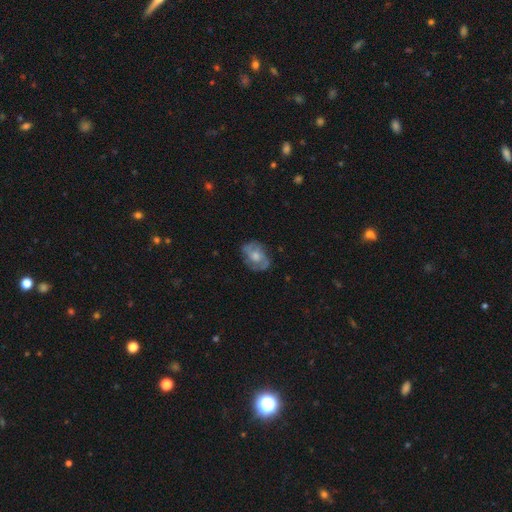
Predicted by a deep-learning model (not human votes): The model was most divided on "smooth or featured": featured or disk: 61%, smooth: 32%, star or artifact: 7%. More confident: edge-on disk — no (96%); spiral arms — yes (78%); merging — none (71%); bar — no (71%); bulge size — moderate (56%).